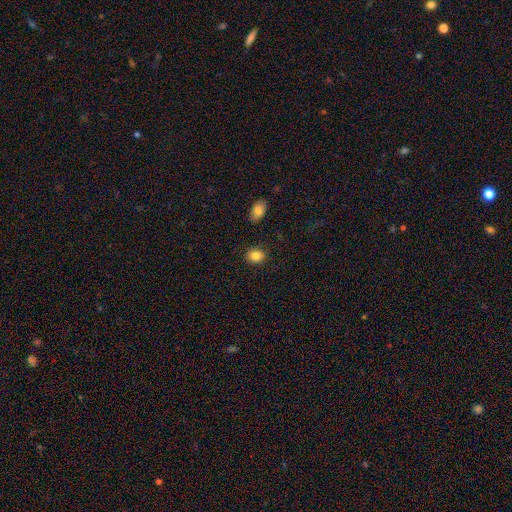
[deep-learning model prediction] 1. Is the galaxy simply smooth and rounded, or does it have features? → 84% smooth, 9% star or artifact, 6% featured or disk.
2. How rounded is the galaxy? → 57% round, 42% in between, 1% cigar-shaped.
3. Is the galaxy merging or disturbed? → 87% none, 9% minor disturbance, 2% major disturbance, 2% merger.